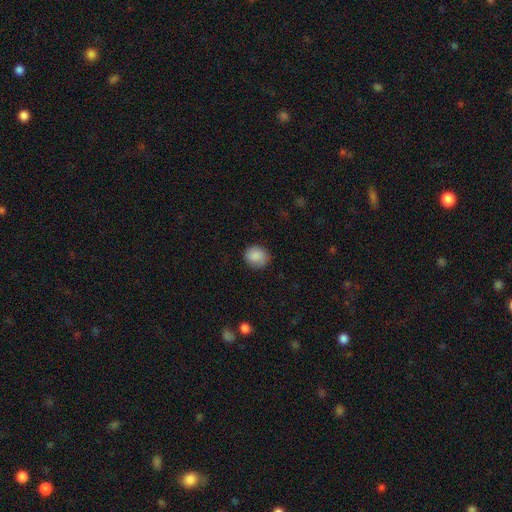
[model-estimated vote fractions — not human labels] Smooth or featured? Predicted: smooth (p=0.86). How rounded? Predicted: round (p=0.74). Merging? Predicted: none (p=0.81).